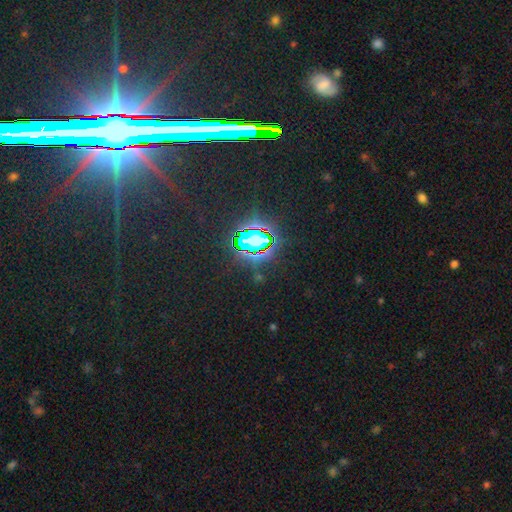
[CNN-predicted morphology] A star or artifact, not a galaxy (80%).

Vote fractions:
- Smooth or featured? star or artifact: 80% / featured or disk: 11% / smooth: 9%